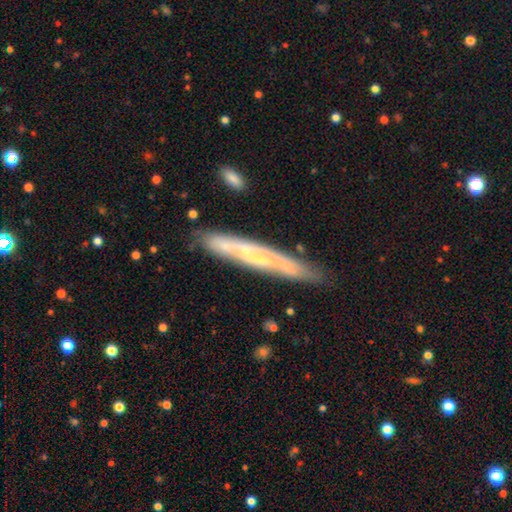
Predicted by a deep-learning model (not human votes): This is likely a featured or disk galaxy (61%). It is likely viewed edge-on (77%). Merging: likely none (77%).